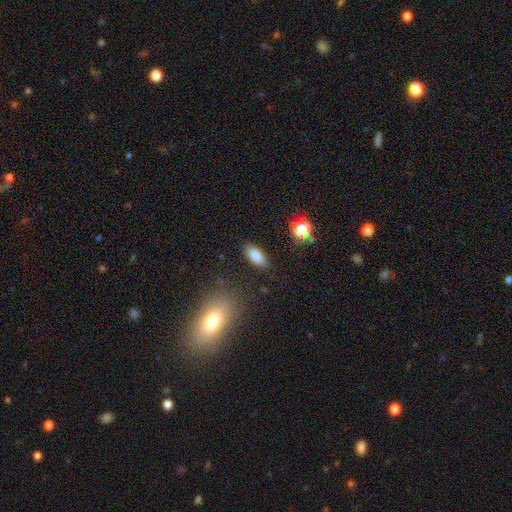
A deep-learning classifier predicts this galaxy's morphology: smooth 83%, featured or disk 9%, star or artifact 9%. Down the decision tree: how rounded — in between (84%); merging — none (85%).